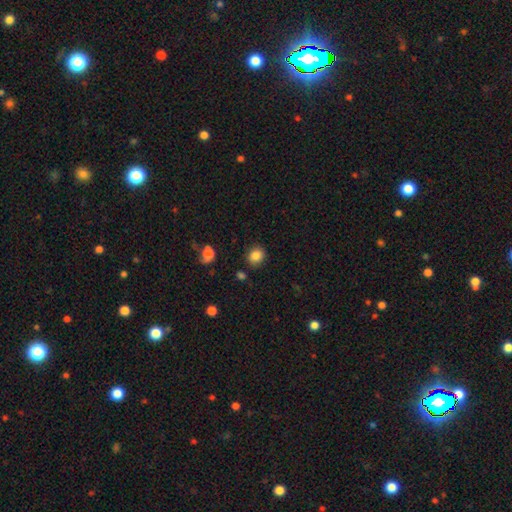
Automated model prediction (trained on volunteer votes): Q: Smooth or featured?
A: smooth (85%); runner-up: star or artifact (10%)
Q: How rounded?
A: round (74%); runner-up: in between (25%)
Q: Merging?
A: none (86%); runner-up: minor disturbance (9%)